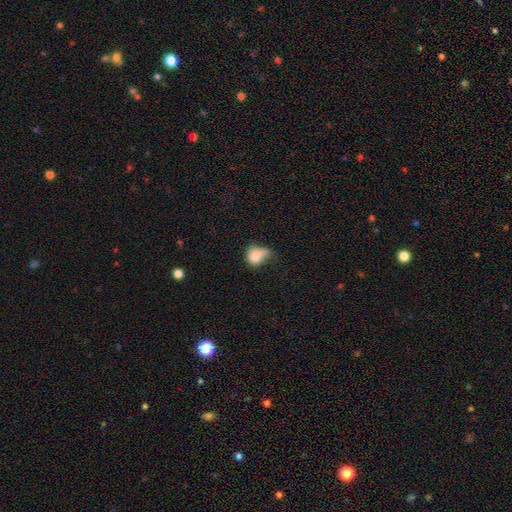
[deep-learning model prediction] A smooth galaxy with no disk features (75%) that is in between round and cigar-shaped (50%). Merging: major disturbance (33%).